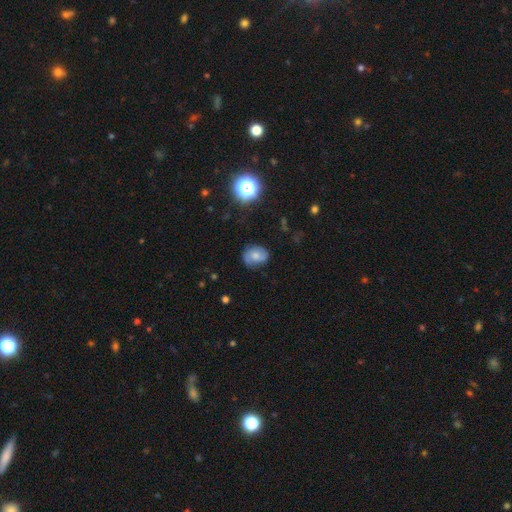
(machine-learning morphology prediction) Q: Smooth or featured?
A: smooth (57%); runner-up: featured or disk (31%)
Q: How rounded?
A: in between (55%); runner-up: round (44%)
Q: Merging?
A: none (68%); runner-up: minor disturbance (24%)